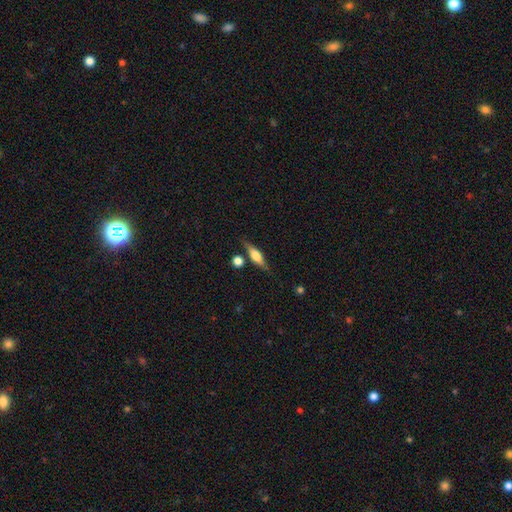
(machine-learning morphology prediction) This is possibly a featured or disk galaxy (55%). It is clearly viewed edge-on (93%). Edge-on bulge: clearly rounded (82%). Merging: likely none (77%).